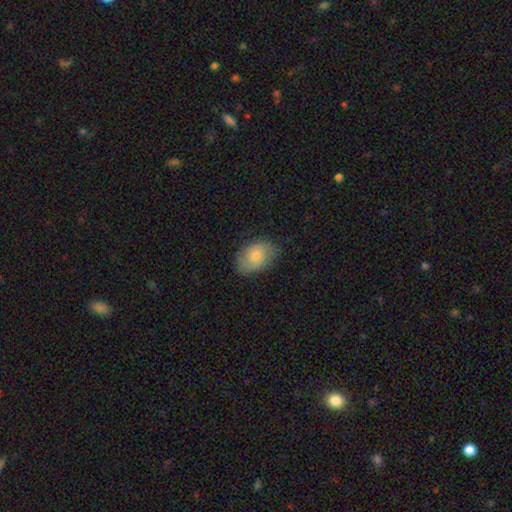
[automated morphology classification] A smooth galaxy with no disk features (76%) that is in between round and cigar-shaped (79%). Merging: none (75%).